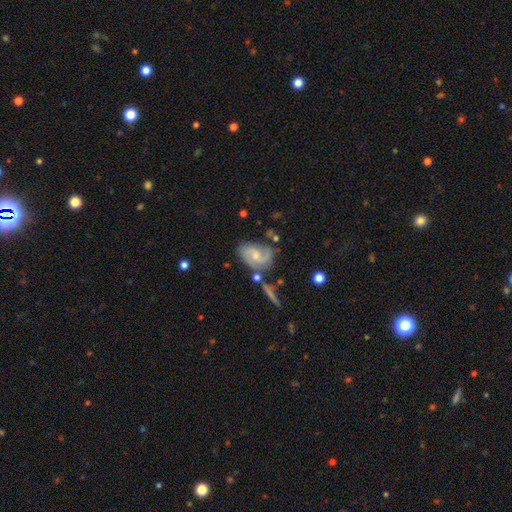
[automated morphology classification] This is likely a featured or disk galaxy (69%). It is clearly not viewed edge-on (96%). Bar: possibly no (55%). Spiral arm pattern: clearly yes (90%). Spiral arm count: likely 2 (75%). Spiral winding: possibly medium (48%). Central bulge: possibly small (49%). Merging: possibly none (55%).